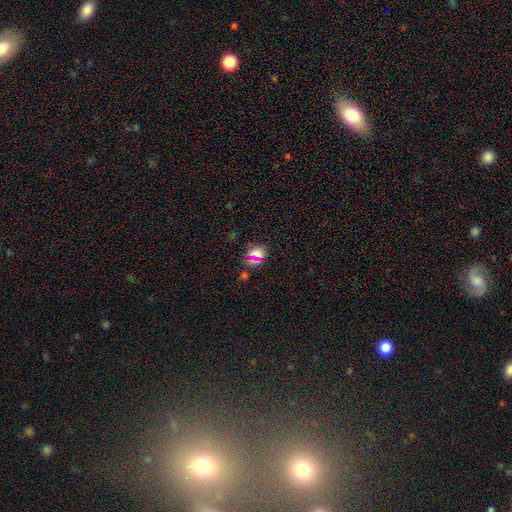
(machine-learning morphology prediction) Smooth or featured: smooth — 65% (star or artifact — 26%)
How rounded: round — 64% (in between — 33%)
Merging: none — 80% (minor disturbance — 11%)